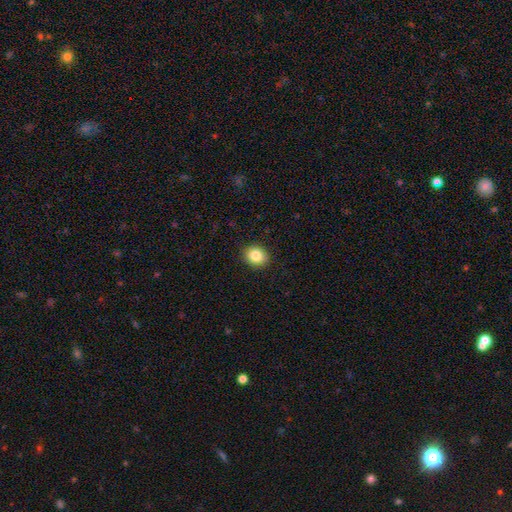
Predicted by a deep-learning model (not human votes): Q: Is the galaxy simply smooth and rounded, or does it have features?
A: smooth — 85%.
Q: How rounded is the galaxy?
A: round — 69%.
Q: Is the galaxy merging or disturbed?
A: none — 91%.